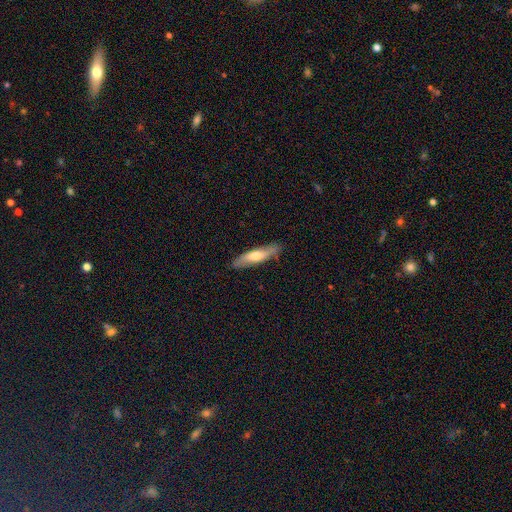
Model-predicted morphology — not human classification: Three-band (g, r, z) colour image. It shows a smooth galaxy with no disk features (55%) that is cigar-shaped (79%). Merging: none (86%).